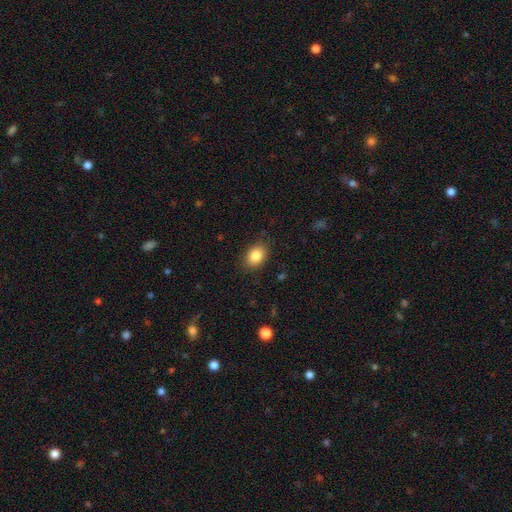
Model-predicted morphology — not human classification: type=smooth (85%); roundness=in between (74%); merging=none (85%).